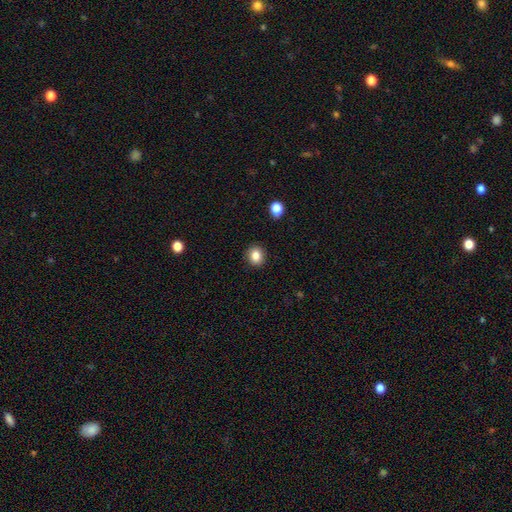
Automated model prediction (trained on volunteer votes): This appears to be a smooth galaxy with no disk features (85%) that is round (75%). Merging: none (90%).